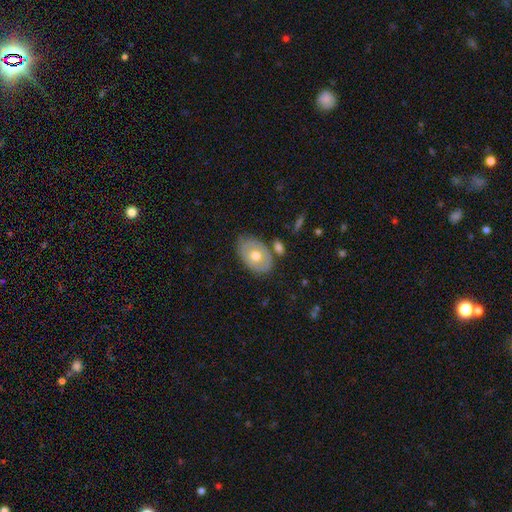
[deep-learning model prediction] A smooth galaxy with no disk features (56%) that is in between round and cigar-shaped (85%).

Vote fractions:
- Smooth or featured? smooth: 56% / featured or disk: 38% / star or artifact: 6%
- How rounded? in between: 85% / round: 14% / cigar-shaped: 1%
- Merging? none: 70% / minor disturbance: 17% / merger: 8% / major disturbance: 5%